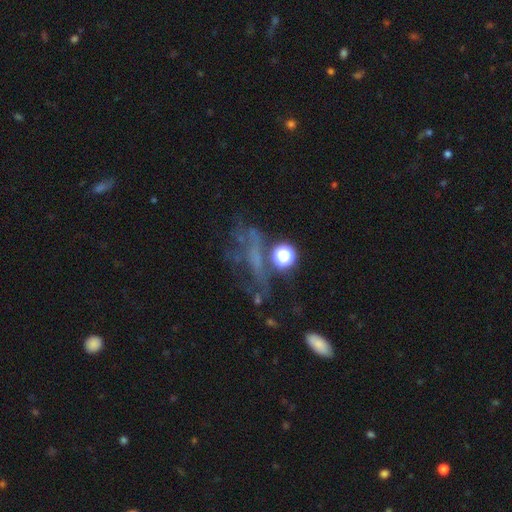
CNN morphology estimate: Smooth or featured? featured or disk (44%)
Merging? none (43%)